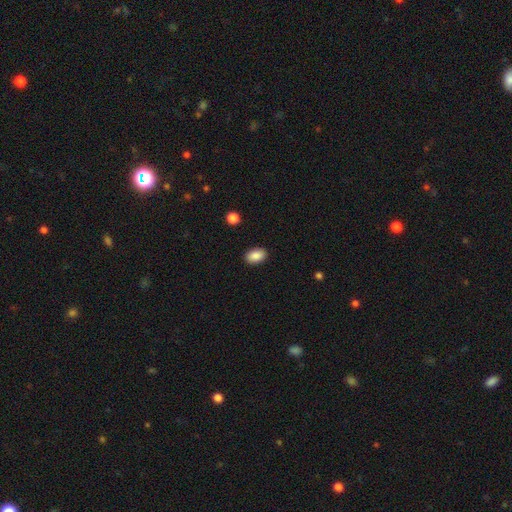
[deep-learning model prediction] Smooth or featured? smooth (88%)
How rounded? in between (90%)
Merging? none (89%)